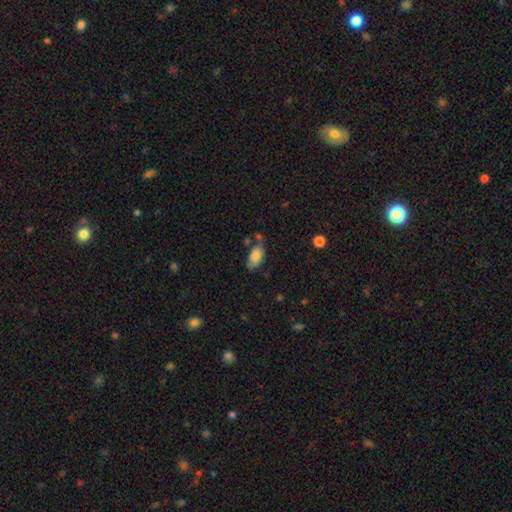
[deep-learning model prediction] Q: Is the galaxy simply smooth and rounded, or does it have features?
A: smooth — 80%.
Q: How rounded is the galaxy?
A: in between — 92%.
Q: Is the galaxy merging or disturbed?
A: none — 52%.